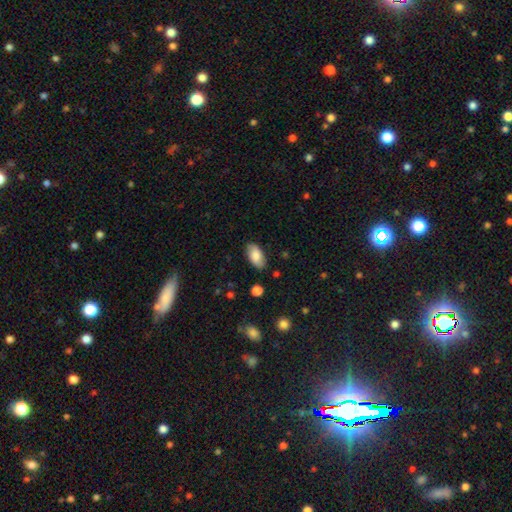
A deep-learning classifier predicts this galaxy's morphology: A smooth galaxy with no disk features (79%) that is in between round and cigar-shaped (94%).

Vote fractions:
- Smooth or featured? smooth: 79% / featured or disk: 14% / star or artifact: 7%
- How rounded? in between: 94% / round: 3% / cigar-shaped: 3%
- Merging? none: 85% / minor disturbance: 11% / major disturbance: 2% / merger: 1%